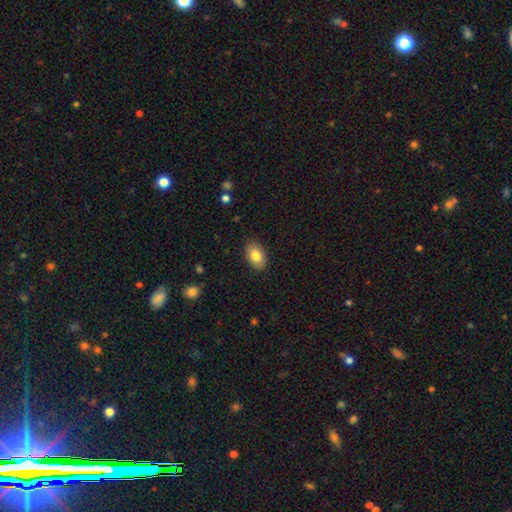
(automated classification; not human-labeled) This is clearly a smooth galaxy (82%). How rounded: clearly in between (88%). Merging: clearly none (87%).